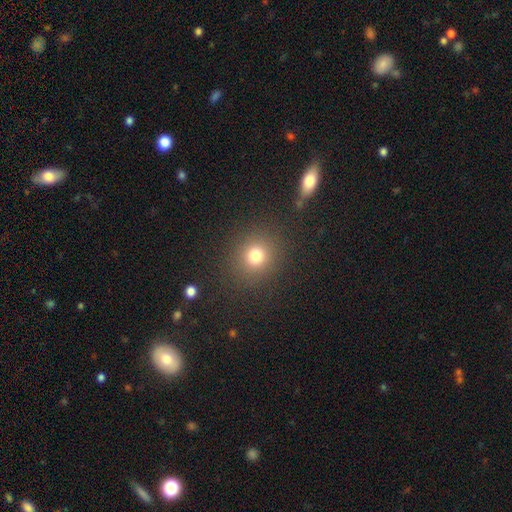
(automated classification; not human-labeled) A smooth galaxy with no disk features (76%) that is round (84%).

Vote fractions:
- Smooth or featured? smooth: 76% / star or artifact: 16% / featured or disk: 7%
- How rounded? round: 84% / in between: 15% / cigar-shaped: 1%
- Merging? none: 87% / minor disturbance: 7% / major disturbance: 4% / merger: 2%